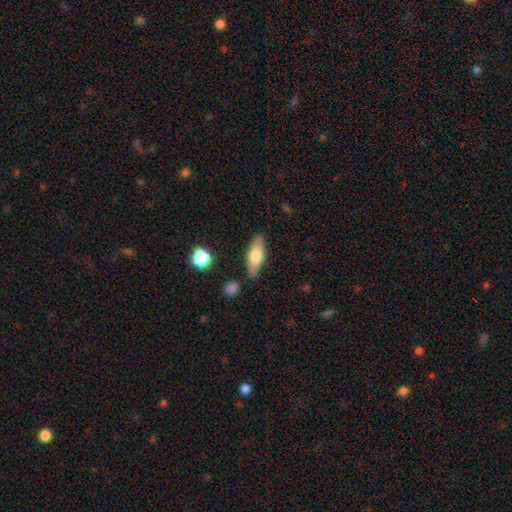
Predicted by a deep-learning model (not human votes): The model was most divided on "how rounded": in between: 63%, cigar-shaped: 34%, round: 3%. More confident: merging — none (84%); smooth or featured — smooth (66%).